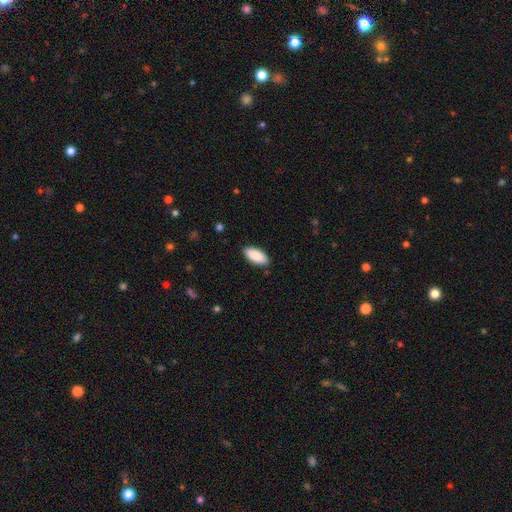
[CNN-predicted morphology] Overall: smooth (89%). How rounded: in between (91%). Merging: none (88%).